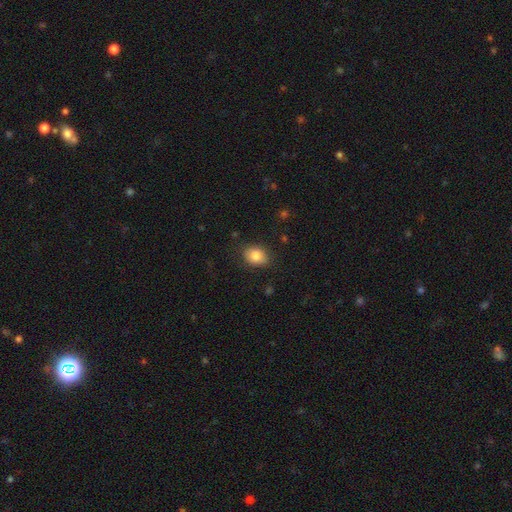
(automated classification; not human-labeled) Overall: smooth (85%). How rounded: in between (64%; round 35%). Merging: none (79%).